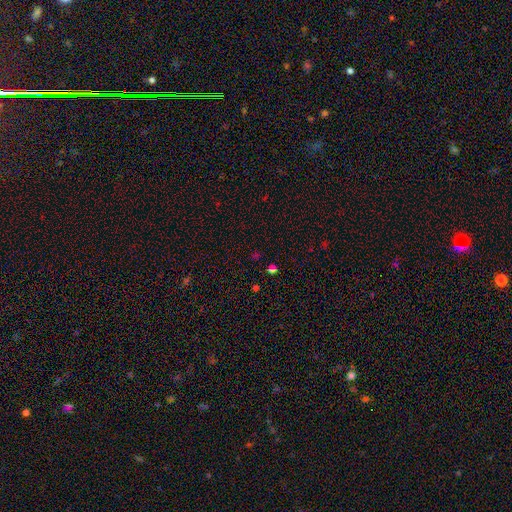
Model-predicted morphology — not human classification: A star or artifact, not a galaxy (50%).